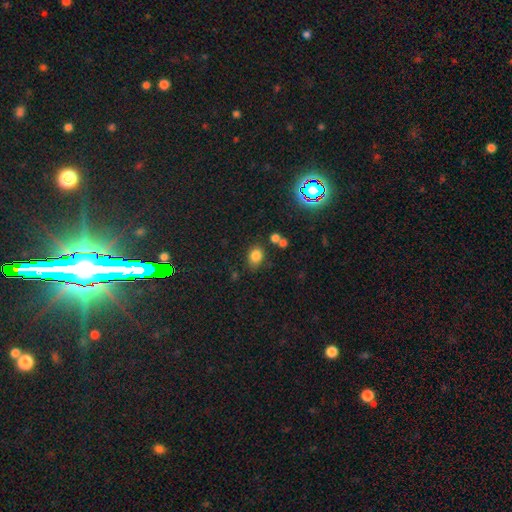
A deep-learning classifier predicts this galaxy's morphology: A smooth galaxy with no disk features (79%) that is in between round and cigar-shaped (56%). Merging: none (74%).